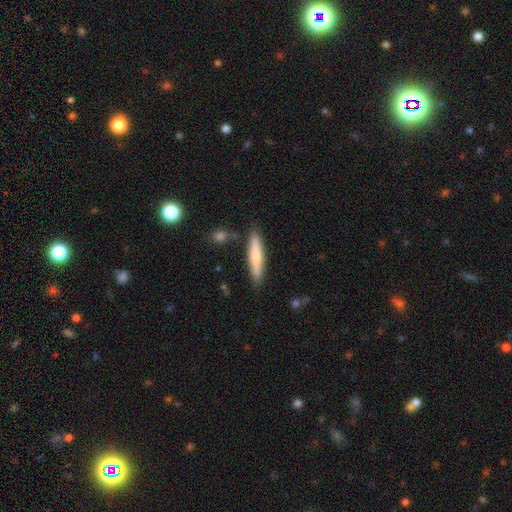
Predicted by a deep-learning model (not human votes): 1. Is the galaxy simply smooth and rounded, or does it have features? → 68% smooth, 27% featured or disk, 6% star or artifact.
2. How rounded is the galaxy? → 90% cigar-shaped, 9% in between, 1% round.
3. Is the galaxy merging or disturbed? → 86% none, 10% minor disturbance, 3% merger, 2% major disturbance.